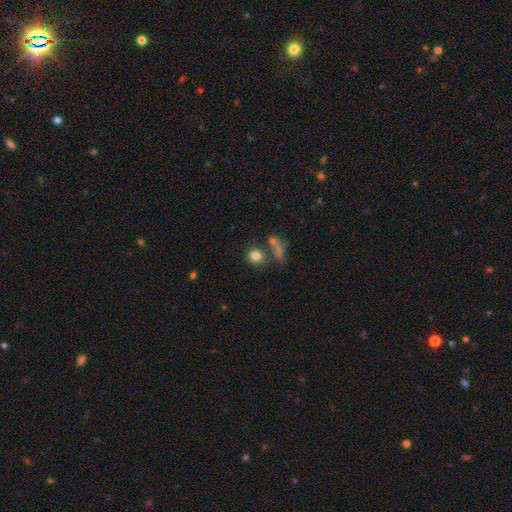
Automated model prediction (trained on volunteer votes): A smooth galaxy with no disk features (81%) that is round (79%). Merging: none (69%).